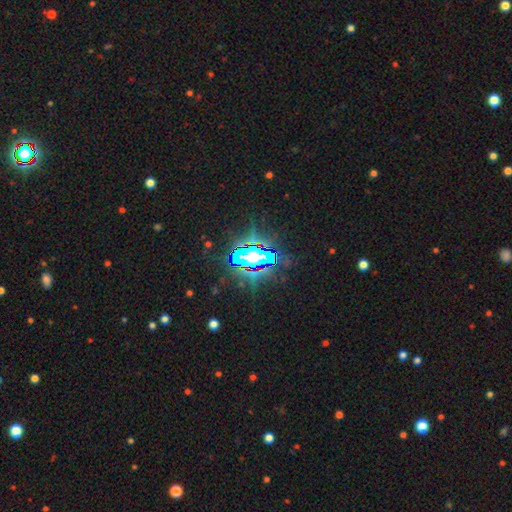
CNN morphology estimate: star or artifact 74%, featured or disk 14%, smooth 12%.